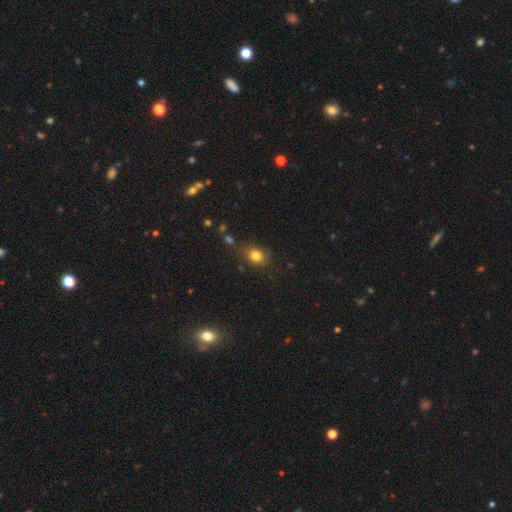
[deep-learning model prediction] smooth 81%, star or artifact 12%, featured or disk 8%. Down the decision tree: how rounded — round (50%); merging — none (71%).